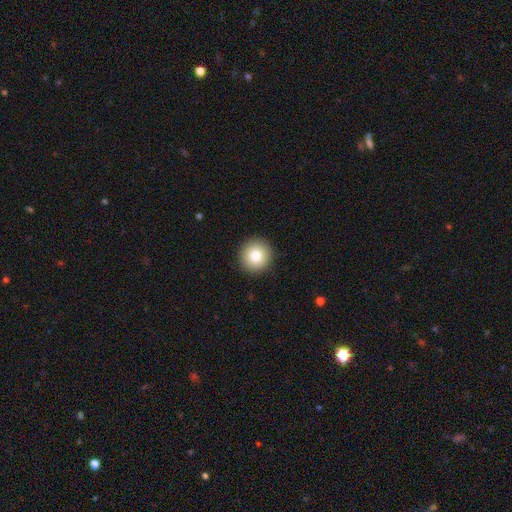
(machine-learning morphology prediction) smooth_or_featured: smooth (p=0.82) [alt: star or artifact p=0.09]
how_rounded: round (p=0.95) [alt: in between p=0.04]
merging: none (p=0.93) [alt: minor disturbance p=0.05]